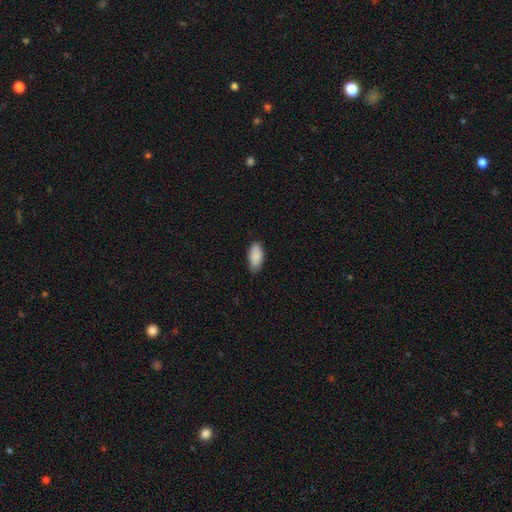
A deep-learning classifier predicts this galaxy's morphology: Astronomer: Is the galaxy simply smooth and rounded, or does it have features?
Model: smooth — 89%.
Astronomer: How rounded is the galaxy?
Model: in between — 91%.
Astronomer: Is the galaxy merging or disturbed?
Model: none — 83%.